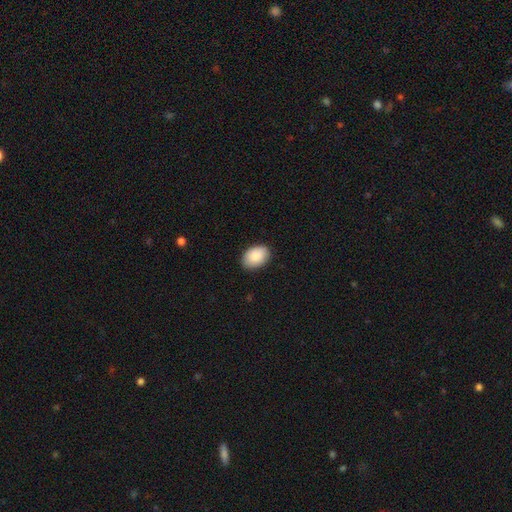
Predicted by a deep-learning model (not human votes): A smooth galaxy with no disk features (90%) that is in between round and cigar-shaped (87%).

Vote fractions:
- Smooth or featured? smooth: 90% / star or artifact: 6% / featured or disk: 4%
- How rounded? in between: 87% / round: 12% / cigar-shaped: 1%
- Merging? none: 88% / minor disturbance: 9% / major disturbance: 2% / merger: 1%